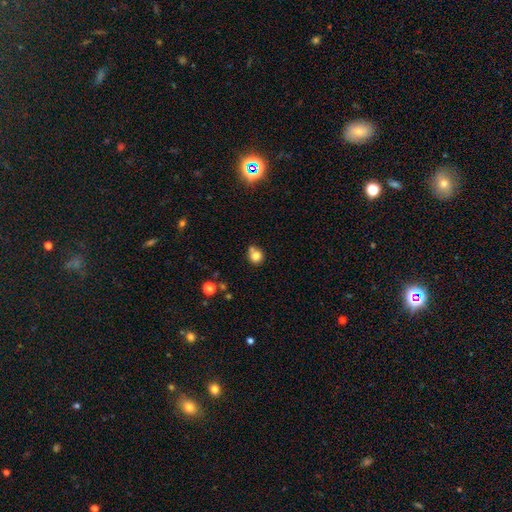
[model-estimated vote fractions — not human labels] Smooth or featured? smooth (79%)
How rounded? round (84%)
Merging? none (58%)